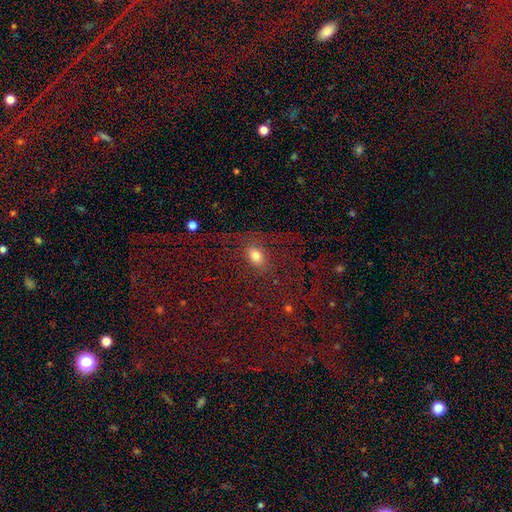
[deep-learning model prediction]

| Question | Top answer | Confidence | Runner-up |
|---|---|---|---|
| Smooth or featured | smooth | 64% | star or artifact (20%) |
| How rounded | in between | 72% | round (24%) |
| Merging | none | 70% | minor disturbance (14%) |